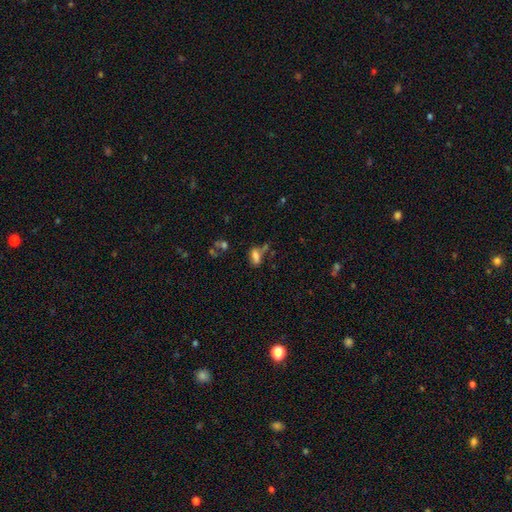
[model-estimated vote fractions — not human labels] Smooth or featured: smooth — 71% (featured or disk — 15%)
How rounded: in between — 80% (cigar-shaped — 14%)
Merging: none — 48% (merger — 21%)